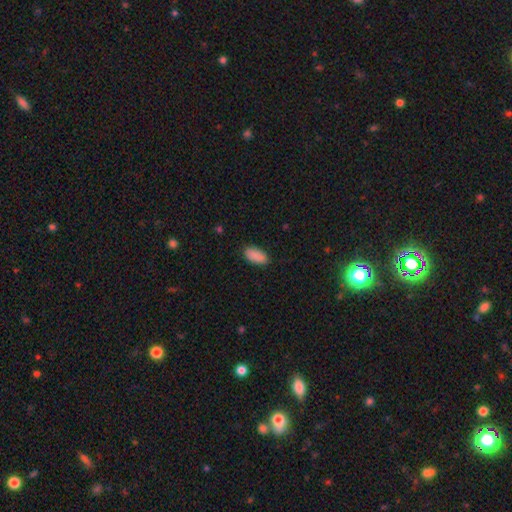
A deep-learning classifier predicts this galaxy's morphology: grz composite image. It shows a smooth galaxy with no disk features (90%) that is in between round and cigar-shaped (93%). Merging: none (86%).